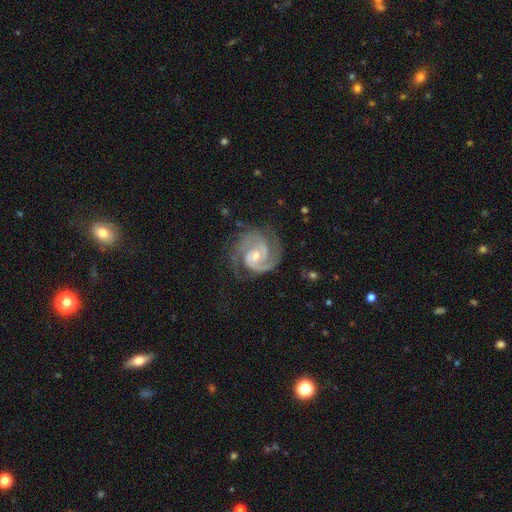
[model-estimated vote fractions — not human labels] The model was most divided on "bulge size": small: 52%, moderate: 43%, large: 2%, none: 2%, dominant: 1%. More confident: edge-on disk — no (98%); spiral arms — yes (98%); smooth or featured — featured or disk (91%); spiral arm count — 2 (74%); merging — none (71%); bar — no (55%); spiral winding — tight (52%).